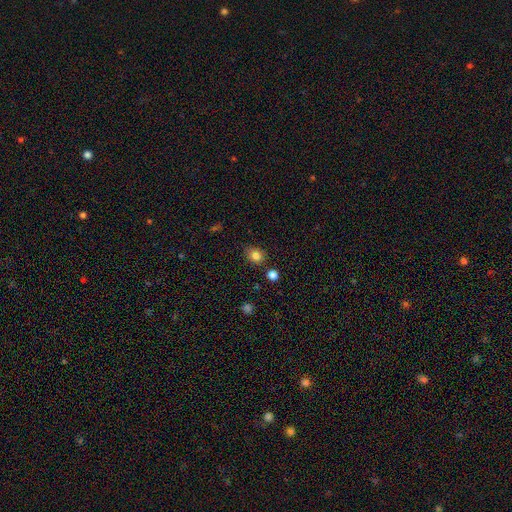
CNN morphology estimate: A smooth galaxy with no disk features (83%) that is round (62%).

Vote fractions:
- Smooth or featured? smooth: 83% / star or artifact: 12% / featured or disk: 5%
- How rounded? round: 62% / in between: 37% / cigar-shaped: 1%
- Merging? none: 81% / minor disturbance: 12% / merger: 5% / major disturbance: 3%